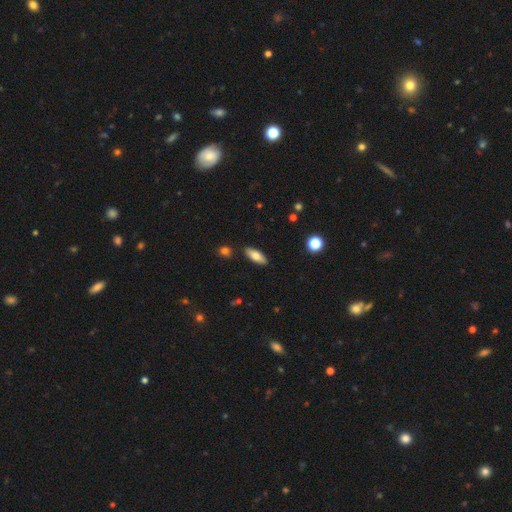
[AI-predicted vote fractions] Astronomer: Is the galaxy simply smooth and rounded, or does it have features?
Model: smooth — 76%.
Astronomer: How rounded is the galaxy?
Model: in between — 76%.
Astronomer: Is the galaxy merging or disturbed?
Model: none — 88%.